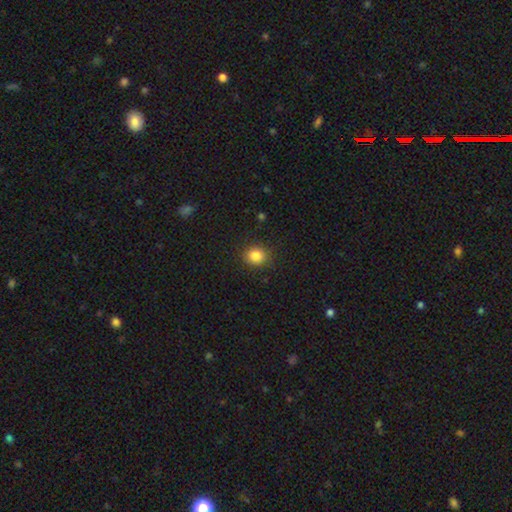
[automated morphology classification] Smooth or featured: smooth — 85% (star or artifact — 11%)
How rounded: round — 78% (in between — 21%)
Merging: none — 88% (minor disturbance — 9%)